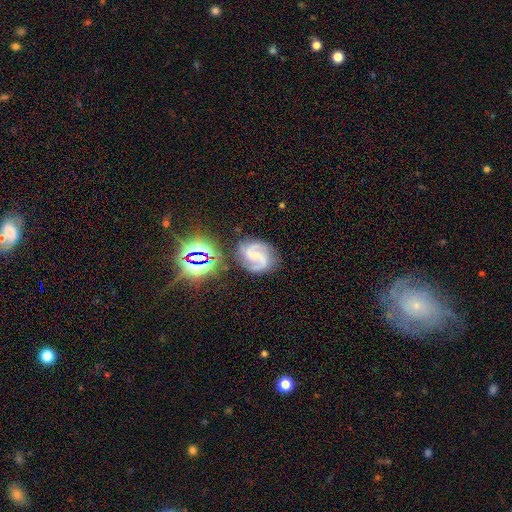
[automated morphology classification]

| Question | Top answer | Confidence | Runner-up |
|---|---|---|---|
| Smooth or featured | featured or disk | 85% | star or artifact (8%) |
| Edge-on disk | no | 98% | yes (2%) |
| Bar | weak | 43% | no (37%) |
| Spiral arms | yes | 98% | no (2%) |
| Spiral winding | medium | 57% | loose (23%) |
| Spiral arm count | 2 | 89% | 3 (4%) |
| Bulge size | small | 59% | moderate (20%) |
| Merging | none | 78% | minor disturbance (14%) |